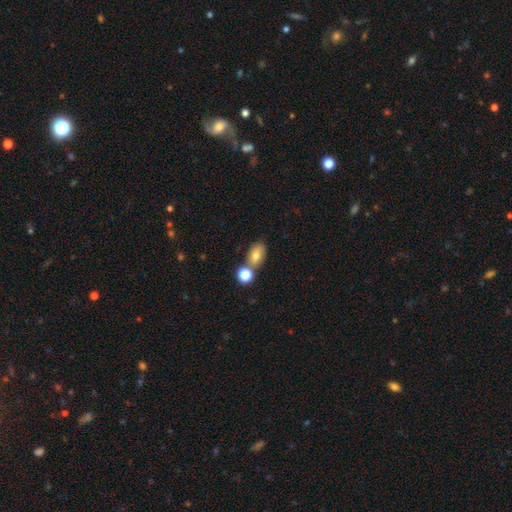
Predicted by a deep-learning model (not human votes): The model was most divided on "merging": none: 58%, merger: 25%, minor disturbance: 12%, major disturbance: 4%. More confident: how rounded — in between (81%); smooth or featured — smooth (74%).